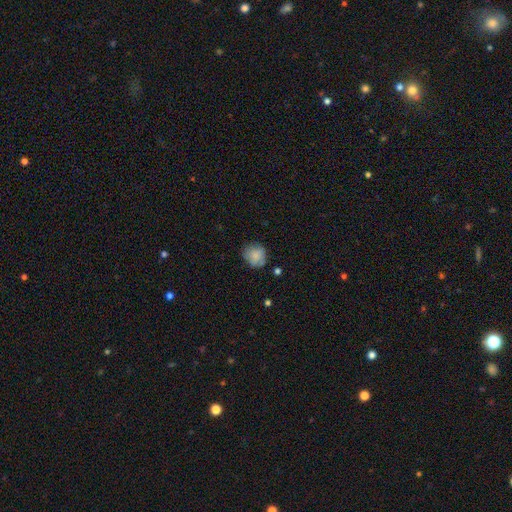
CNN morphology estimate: smooth 81%, featured or disk 10%, star or artifact 8%. Down the decision tree: how rounded — round (81%); merging — none (72%).